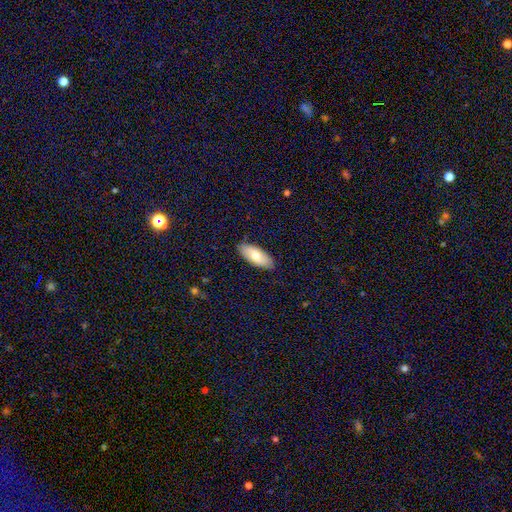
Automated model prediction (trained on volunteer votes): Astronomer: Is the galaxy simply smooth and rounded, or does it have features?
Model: smooth — 74%.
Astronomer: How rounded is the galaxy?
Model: in between — 85%.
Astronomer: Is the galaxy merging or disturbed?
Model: none — 87%.